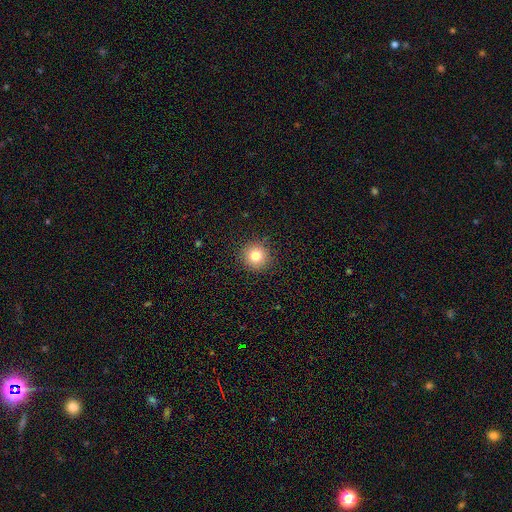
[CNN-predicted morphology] smooth-or-featured: smooth: 80% | star or artifact: 12% | featured or disk: 8%
  how-rounded: round: 94% | in between: 5% | cigar-shaped: 1%
  merging: none: 91% | minor disturbance: 6% | major disturbance: 2% | merger: 1%